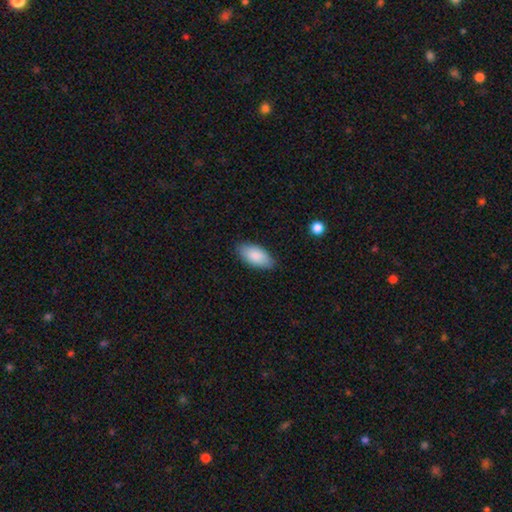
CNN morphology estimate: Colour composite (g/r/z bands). It shows a smooth galaxy with no disk features (88%) that is in between round and cigar-shaped (93%). Merging: none (85%).